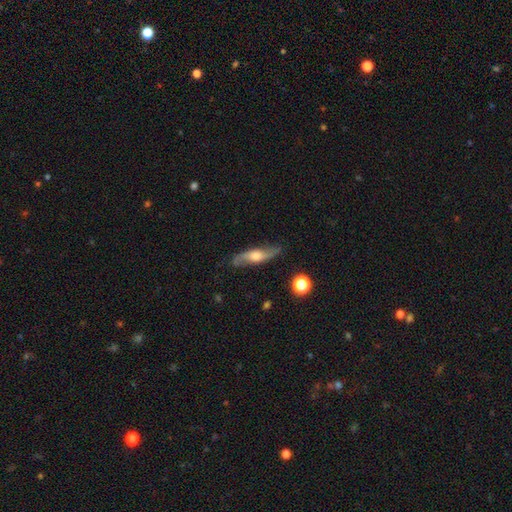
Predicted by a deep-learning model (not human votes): Smooth or featured?
  - featured or disk: 67% *
  - smooth: 26%
  - star or artifact: 6%
Edge-on disk?
  - no: 50% * (tied)
  - yes: 50% * (tied)
Merging?
  - none: 78% *
  - minor disturbance: 16%
  - major disturbance: 4%
  - merger: 2%